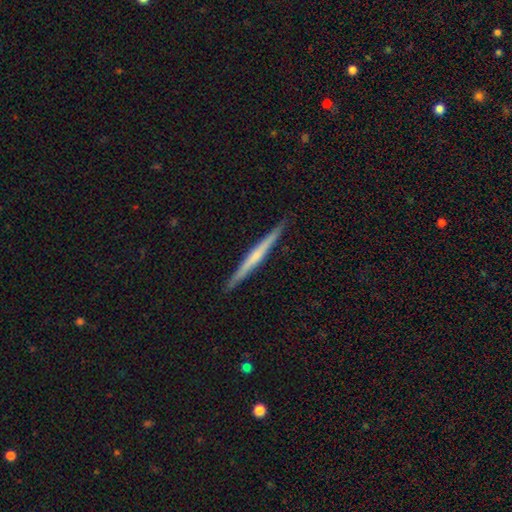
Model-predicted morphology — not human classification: The model was most divided on "edge-on bulge": none: 56%, rounded: 36%, boxy: 8%. More confident: edge-on disk — yes (98%); merging — none (92%); smooth or featured — featured or disk (62%).